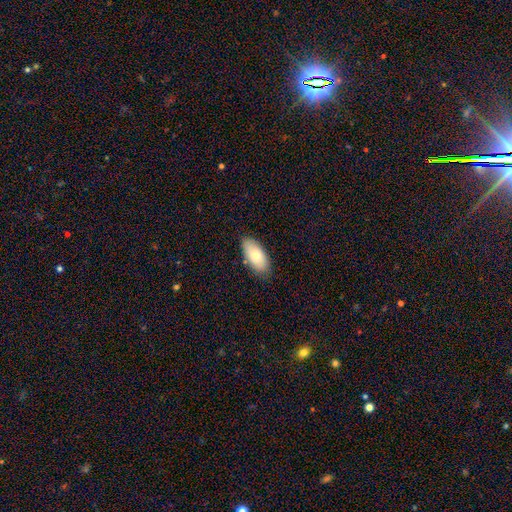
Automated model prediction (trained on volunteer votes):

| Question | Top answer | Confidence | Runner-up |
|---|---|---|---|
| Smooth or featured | smooth | 78% | featured or disk (15%) |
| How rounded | in between | 92% | cigar-shaped (5%) |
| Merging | none | 84% | minor disturbance (12%) |